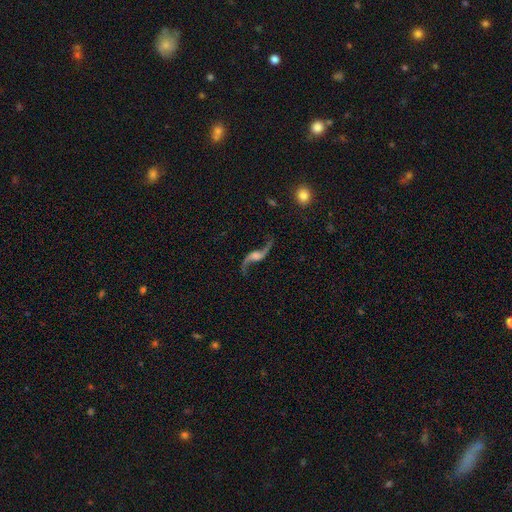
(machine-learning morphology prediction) smooth_or_featured: featured or disk (p=0.90) [alt: star or artifact p=0.06]
disk_edge_on: no (p=0.93) [alt: yes p=0.07]
bar: no (p=0.56) [alt: weak p=0.32]
has_spiral_arms: yes (p=0.97) [alt: no p=0.03]
spiral_winding: loose (p=0.94) [alt: medium p=0.05]
spiral_arm_count: 2 (p=0.94) [alt: 1 p=0.02]
bulge_size: moderate (p=0.36) [alt: small p=0.32]
merging: none (p=0.79) [alt: minor disturbance p=0.11]